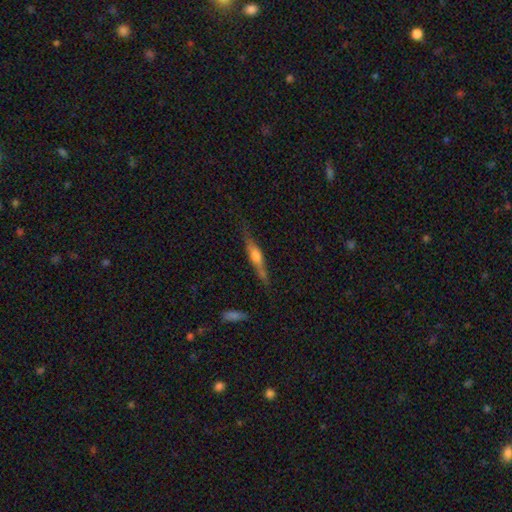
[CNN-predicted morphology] This is likely a featured or disk galaxy (65%). It is clearly viewed edge-on (95%). Edge-on bulge: clearly rounded (82%). Merging: likely none (78%).